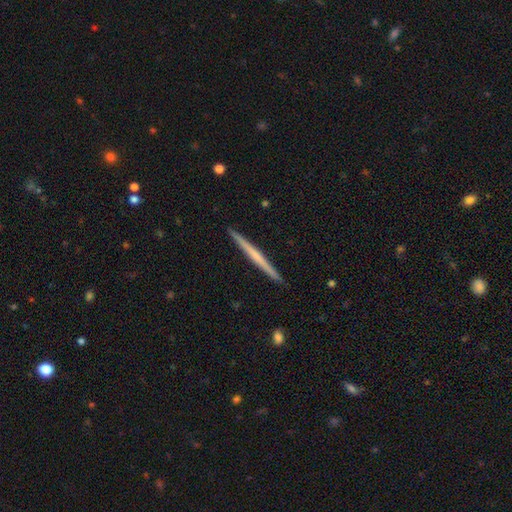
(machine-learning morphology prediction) Smooth or featured?
  - featured or disk: 58% *
  - smooth: 37%
  - star or artifact: 5%
Edge-on disk?
  - yes: 98% *
  - no: 2%
Edge-on bulge?
  - none: 76% *
  - rounded: 19%
  - boxy: 6%
Merging?
  - none: 93% *
  - minor disturbance: 5%
  - major disturbance: 1%
  - merger: 1%